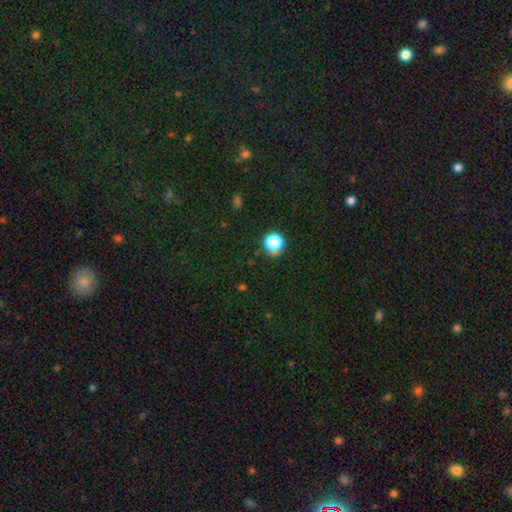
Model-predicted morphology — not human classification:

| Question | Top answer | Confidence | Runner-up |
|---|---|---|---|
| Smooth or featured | star or artifact | 59% | smooth (35%) |